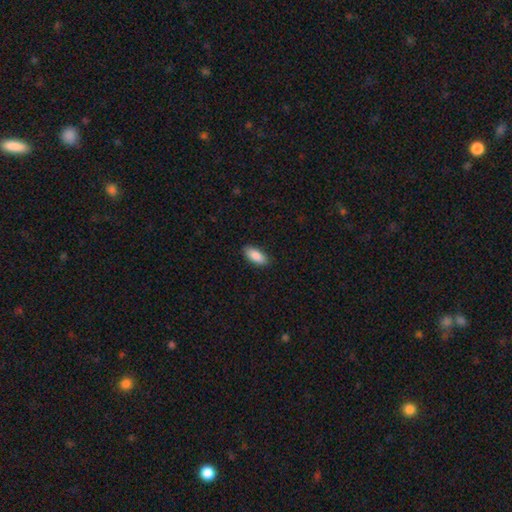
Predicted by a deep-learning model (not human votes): Morphology: type=smooth (89%); roundness=in between (86%); merging=none (88%).